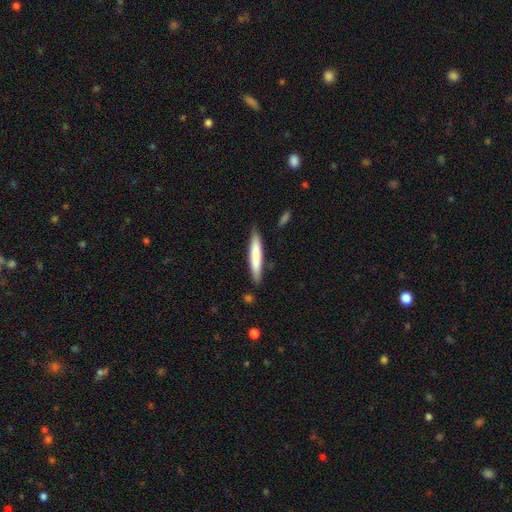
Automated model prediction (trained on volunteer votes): Smooth or featured?
  - smooth: 76% *
  - featured or disk: 19%
  - star or artifact: 5%
How rounded?
  - cigar-shaped: 92% *
  - in between: 7%
  - round: 1%
Merging?
  - none: 86% *
  - minor disturbance: 11%
  - merger: 2%
  - major disturbance: 2%